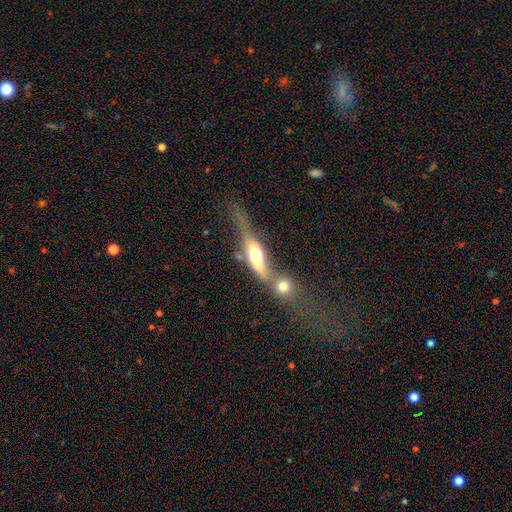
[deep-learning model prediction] smooth_or_featured: featured or disk (p=0.48) [alt: smooth p=0.44]
merging: merger (p=0.60) [alt: none p=0.21]